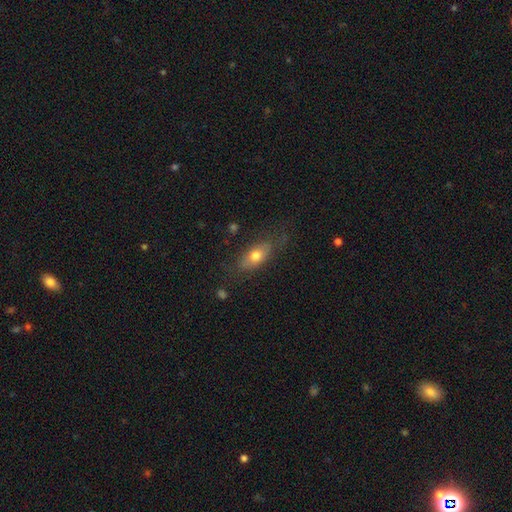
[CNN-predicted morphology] Smooth or featured?
  - smooth: 67% *
  - featured or disk: 26%
  - star or artifact: 7%
How rounded?
  - in between: 79% *
  - cigar-shaped: 15%
  - round: 6%
Merging?
  - none: 70% *
  - minor disturbance: 20%
  - major disturbance: 8%
  - merger: 2%